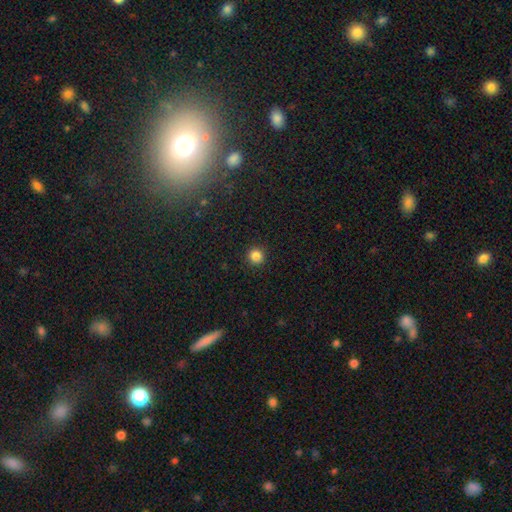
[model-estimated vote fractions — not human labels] Smooth or featured? smooth (84%)
How rounded? round (94%)
Merging? none (92%)